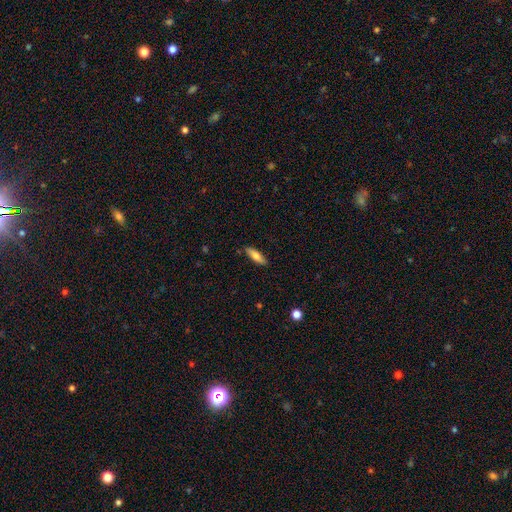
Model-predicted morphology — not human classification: Smooth or featured? Predicted: smooth (p=0.74). How rounded? Predicted: cigar-shaped (p=0.51). Merging? Predicted: none (p=0.86).